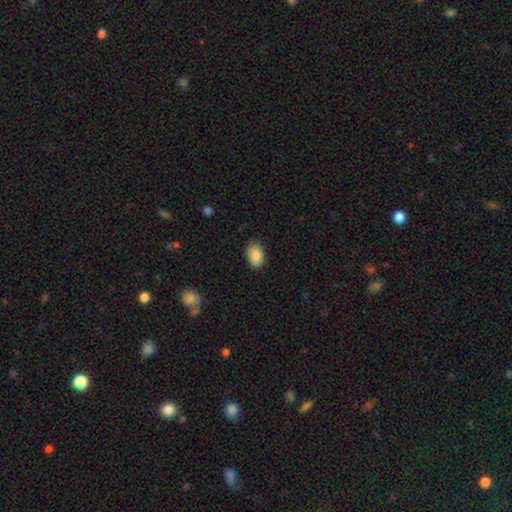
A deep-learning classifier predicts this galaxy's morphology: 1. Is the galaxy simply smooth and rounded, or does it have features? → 88% smooth, 7% star or artifact, 5% featured or disk.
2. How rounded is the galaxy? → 89% in between, 10% round, 1% cigar-shaped.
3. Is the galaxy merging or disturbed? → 81% none, 16% minor disturbance, 3% major disturbance, 1% merger.